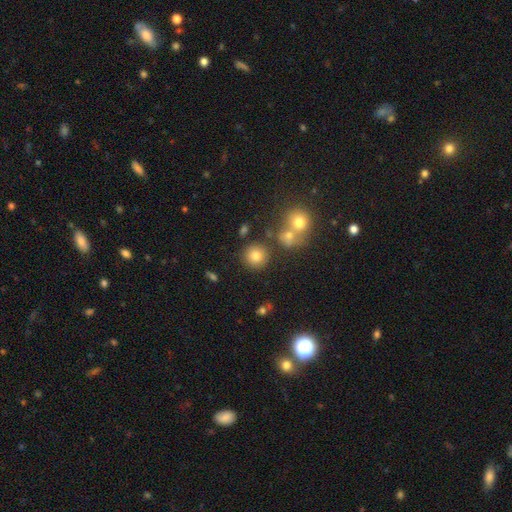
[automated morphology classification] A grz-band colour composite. It shows a smooth galaxy with no disk features (79%) that is round (92%). Merging: none (82%).